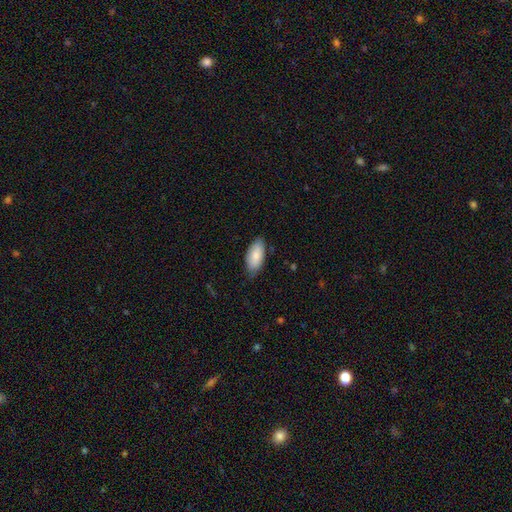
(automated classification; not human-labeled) Overall: smooth (83%). How rounded: in between (91%). Merging: none (78%).